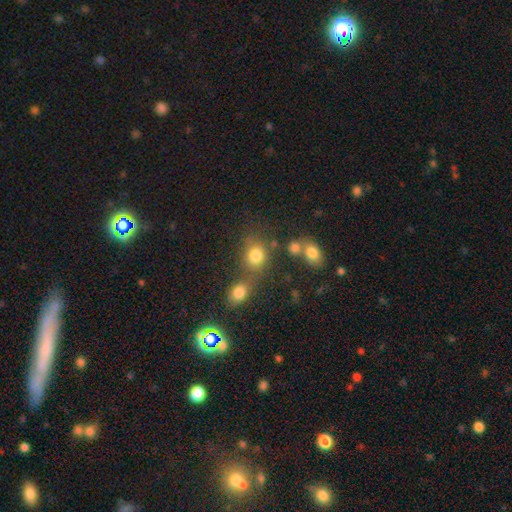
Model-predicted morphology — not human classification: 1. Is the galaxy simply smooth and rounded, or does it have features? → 78% smooth, 14% star or artifact, 8% featured or disk.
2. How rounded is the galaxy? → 66% round, 33% in between, 1% cigar-shaped.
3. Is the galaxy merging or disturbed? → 53% none, 31% merger, 11% minor disturbance, 6% major disturbance.